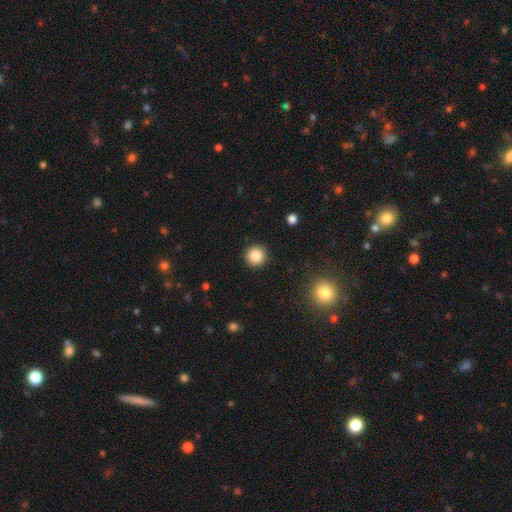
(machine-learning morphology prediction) This appears to be a smooth galaxy with no disk features (85%) that is round (95%). Merging: none (92%).